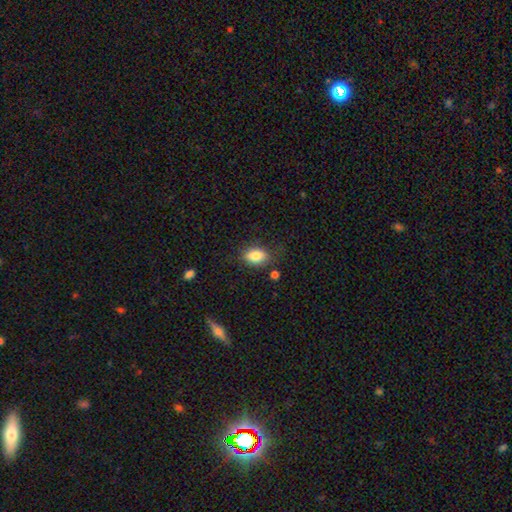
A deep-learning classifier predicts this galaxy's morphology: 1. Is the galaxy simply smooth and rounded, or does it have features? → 83% smooth, 8% star or artifact, 8% featured or disk.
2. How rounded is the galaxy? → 83% in between, 15% round, 2% cigar-shaped.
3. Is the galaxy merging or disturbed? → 77% none, 15% minor disturbance, 4% major disturbance, 3% merger.